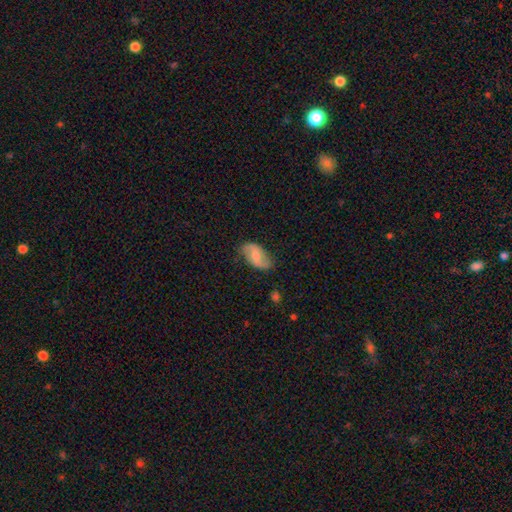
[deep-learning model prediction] A featured or disk galaxy (58%) with a weak bar (45%), spiral arms (86%) and a moderate central bulge (57%).

Vote fractions:
- Smooth or featured? featured or disk: 58% / smooth: 36% / star or artifact: 6%
- Edge-on disk? no: 95% / yes: 5%
- Bar? weak: 45% / no: 40% / strong: 15%
- Spiral arms? yes: 86% / no: 14%
- Bulge size? moderate: 57% / small: 33% / large: 4% / none: 4% / dominant: 1%
- Merging? none: 77% / minor disturbance: 17% / major disturbance: 4% / merger: 1%